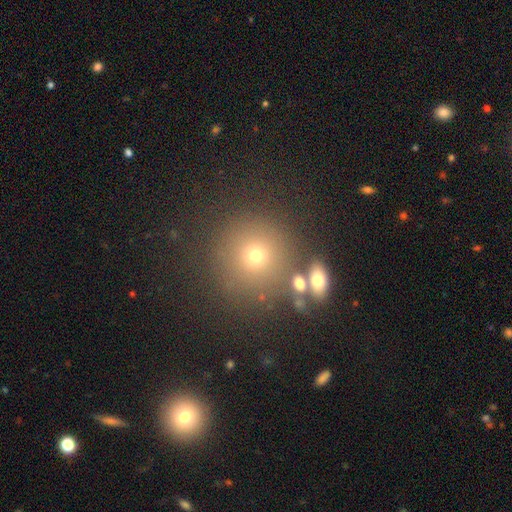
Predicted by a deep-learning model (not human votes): Morphology: type=smooth (65%); roundness=round (94%); merging=none (80%).